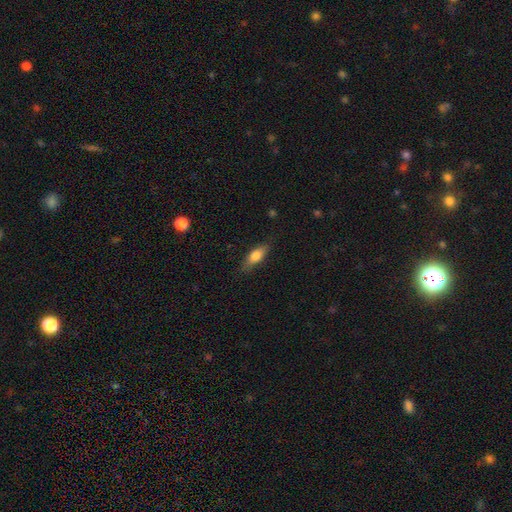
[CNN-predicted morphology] Overall: smooth (71%). How rounded: in between (64%; cigar-shaped 32%). Merging: none (79%).